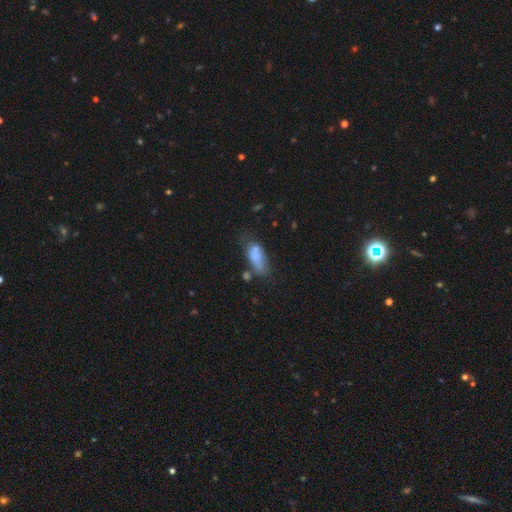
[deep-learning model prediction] Smooth or featured?
  - smooth: 72% *
  - featured or disk: 18%
  - star or artifact: 9%
How rounded?
  - in between: 80% *
  - cigar-shaped: 17%
  - round: 3%
Merging?
  - none: 34% *
  - minor disturbance: 28%
  - major disturbance: 20%
  - merger: 18%